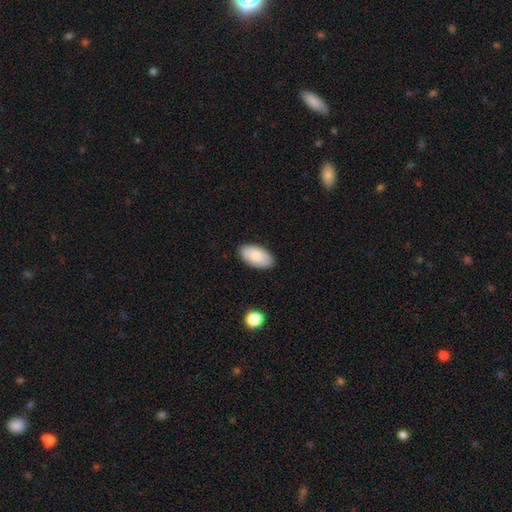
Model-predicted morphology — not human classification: A smooth galaxy with no disk features (85%) that is in between round and cigar-shaped (96%). Merging: none (88%).